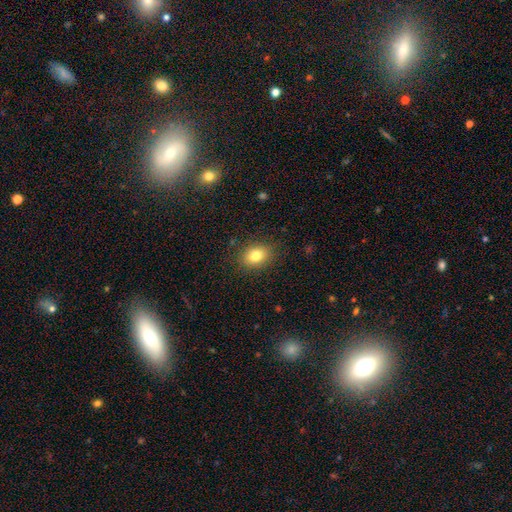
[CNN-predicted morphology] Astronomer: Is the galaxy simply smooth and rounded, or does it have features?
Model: smooth — 81%.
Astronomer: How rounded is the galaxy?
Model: in between — 70%.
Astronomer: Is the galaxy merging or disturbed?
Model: none — 86%.